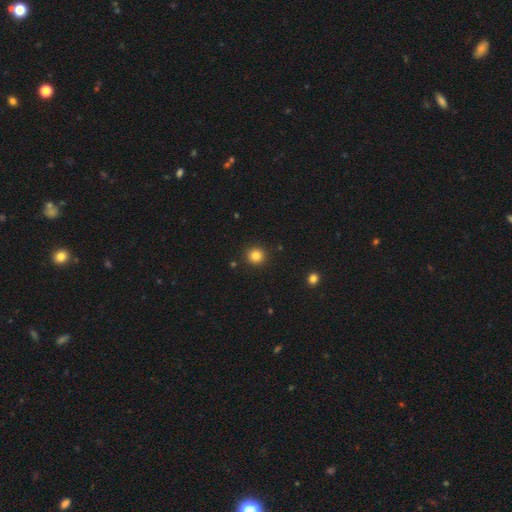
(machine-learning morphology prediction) smooth 84%, star or artifact 12%, featured or disk 5%. Down the decision tree: how rounded — round (94%); merging — none (91%).